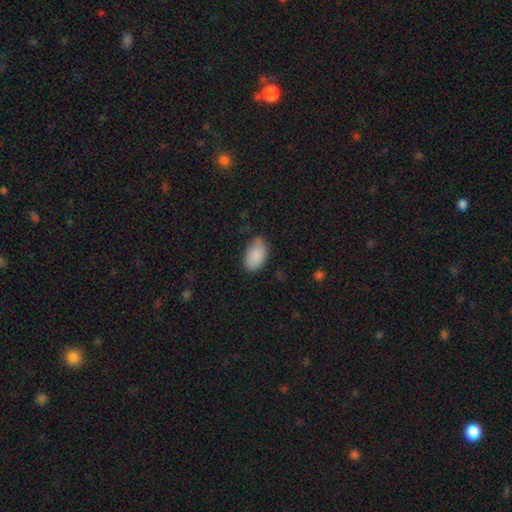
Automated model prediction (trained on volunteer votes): Smooth or featured? smooth (88%)
How rounded? in between (93%)
Merging? none (72%)